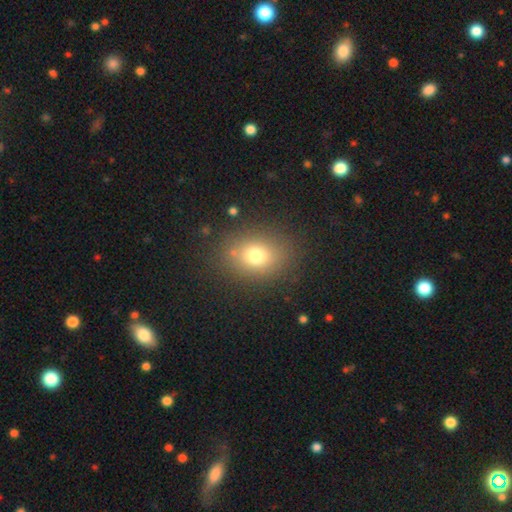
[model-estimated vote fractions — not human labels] Overall: smooth (74%). How rounded: round (50%; in between 49%). Merging: none (82%).